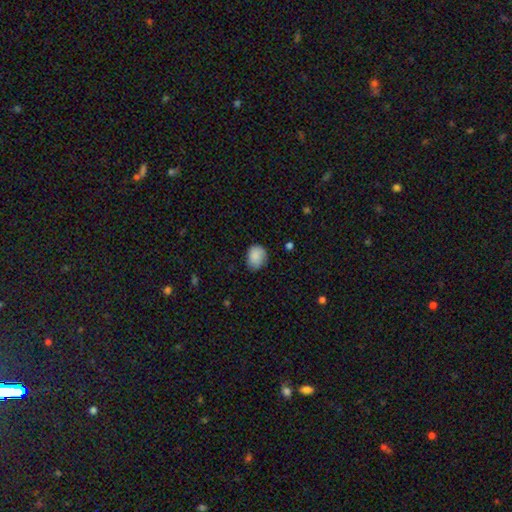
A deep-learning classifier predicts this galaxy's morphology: type=smooth (86%); roundness=round (50%, tied with in between); merging=none (70%).